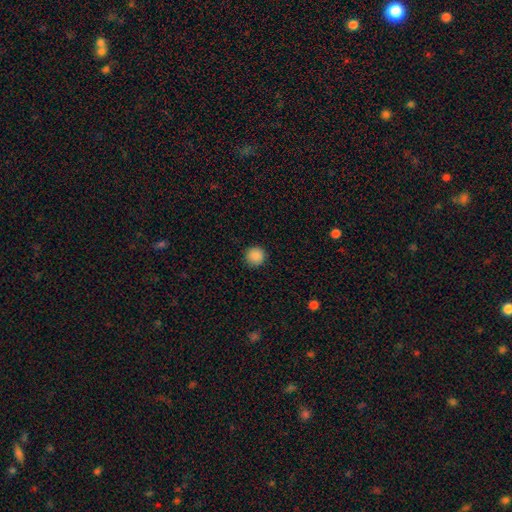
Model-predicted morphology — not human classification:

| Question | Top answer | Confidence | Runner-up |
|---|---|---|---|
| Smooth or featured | smooth | 88% | star or artifact (9%) |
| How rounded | round | 95% | in between (4%) |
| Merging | none | 91% | minor disturbance (6%) |